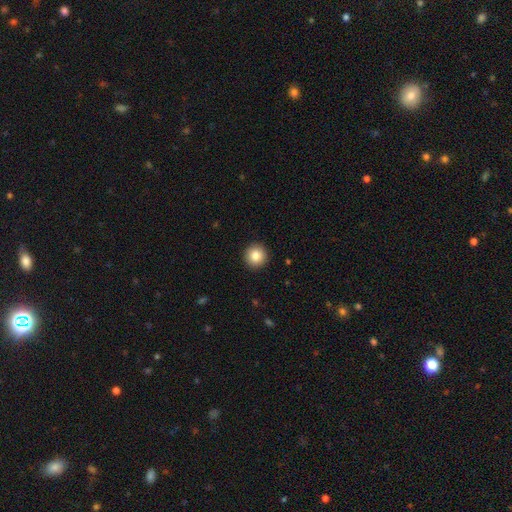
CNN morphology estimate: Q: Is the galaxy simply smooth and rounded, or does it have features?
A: smooth — 84%.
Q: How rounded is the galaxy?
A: round — 95%.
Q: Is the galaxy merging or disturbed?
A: none — 93%.